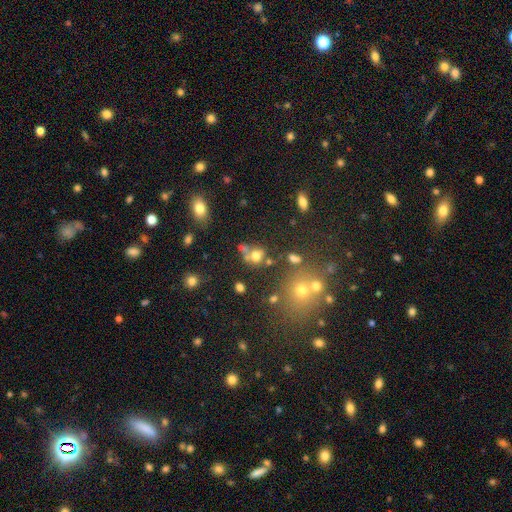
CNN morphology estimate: Overall: smooth (64%). How rounded: round (64%; in between 35%). Merging: none (41%; merger 36%).